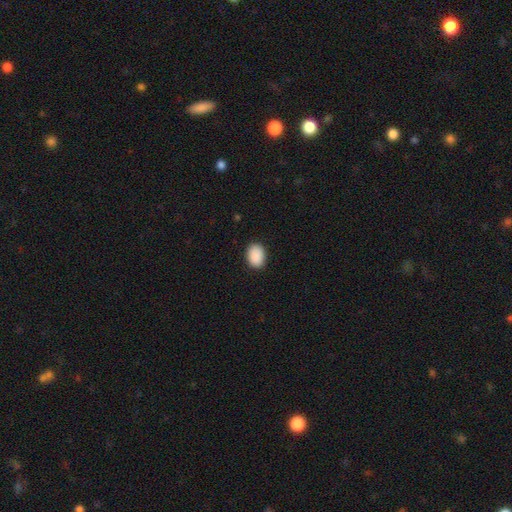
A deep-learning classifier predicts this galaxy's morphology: Smooth or featured? Predicted: smooth (p=0.91). How rounded? Predicted: in between (p=0.78). Merging? Predicted: none (p=0.89).